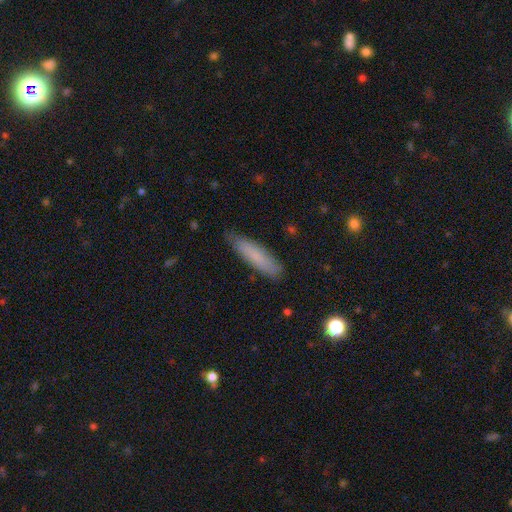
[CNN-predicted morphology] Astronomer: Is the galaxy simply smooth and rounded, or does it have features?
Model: smooth — 77%.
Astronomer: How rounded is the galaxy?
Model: cigar-shaped — 80%.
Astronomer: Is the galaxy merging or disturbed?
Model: none — 83%.